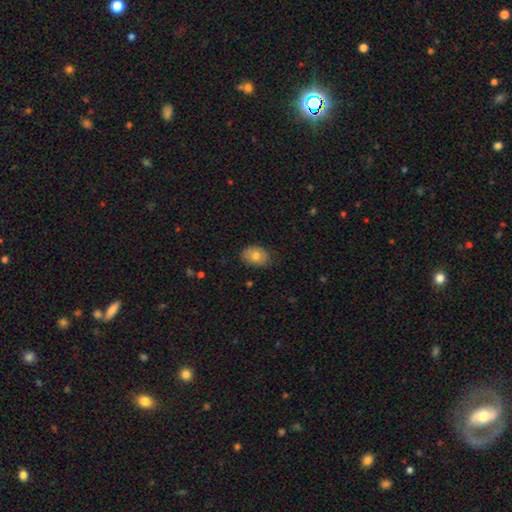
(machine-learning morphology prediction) smooth 76%, featured or disk 16%, star or artifact 8%. Down the decision tree: how rounded — in between (75%); merging — none (80%).